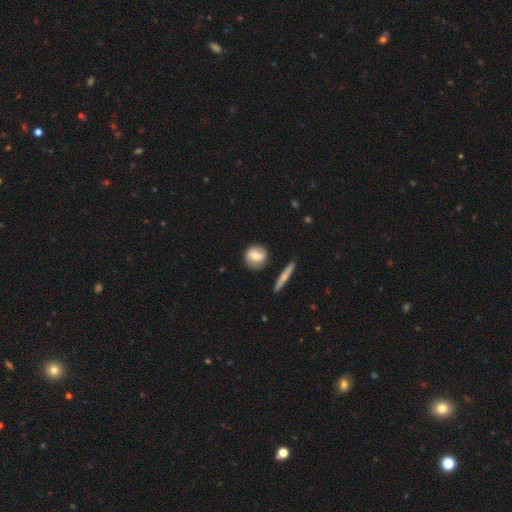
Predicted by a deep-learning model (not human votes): A smooth galaxy with no disk features (66%) that is round (73%).

Vote fractions:
- Smooth or featured? smooth: 66% / featured or disk: 27% / star or artifact: 7%
- How rounded? round: 73% / in between: 22% / cigar-shaped: 4%
- Merging? none: 79% / minor disturbance: 14% / merger: 4% / major disturbance: 3%